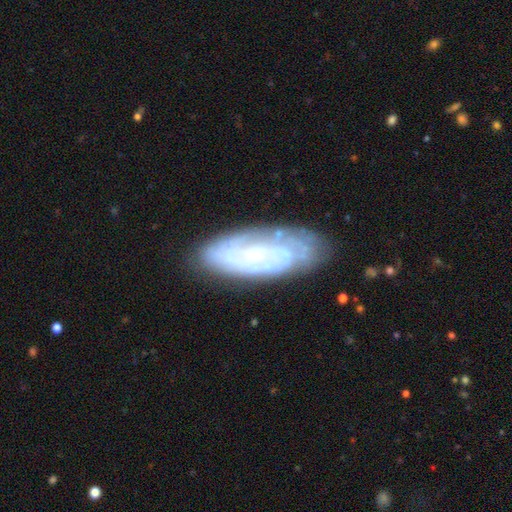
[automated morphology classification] Q: Smooth or featured?
A: featured or disk (80%); runner-up: smooth (13%)
Q: Edge-on disk?
A: no (91%); runner-up: yes (9%)
Q: Bar?
A: no (66%); runner-up: weak (27%)
Q: Spiral arms?
A: yes (93%); runner-up: no (7%)
Q: Spiral winding?
A: tight (72%); runner-up: medium (23%)
Q: Spiral arm count?
A: can't tell (40%); runner-up: 2 (26%)
Q: Bulge size?
A: small (66%); runner-up: moderate (27%)
Q: Merging?
A: none (78%); runner-up: minor disturbance (16%)